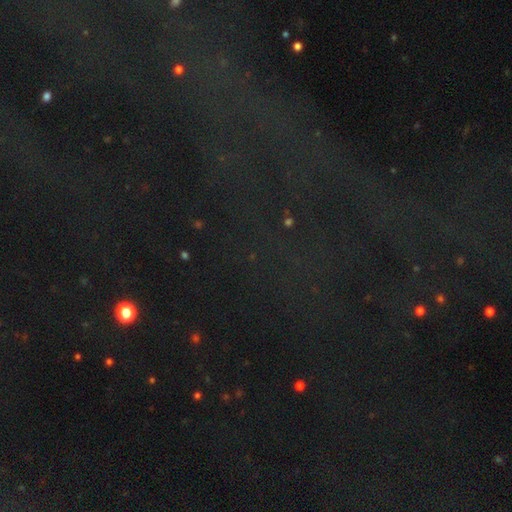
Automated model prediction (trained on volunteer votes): A star or artifact, not a galaxy (79%).